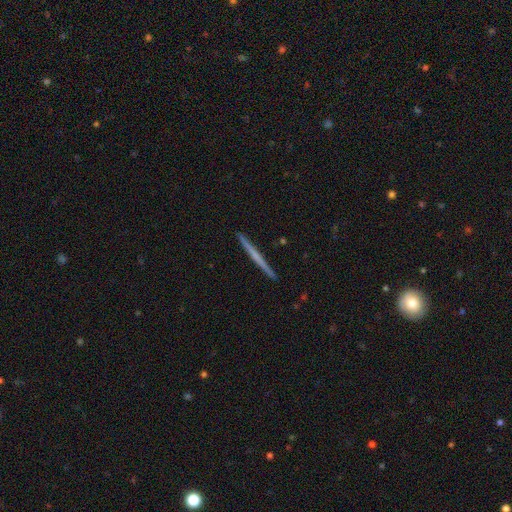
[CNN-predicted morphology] A featured or disk galaxy (56%) viewed edge-on (98%) with no central bulge (85%). Merging: none (93%).